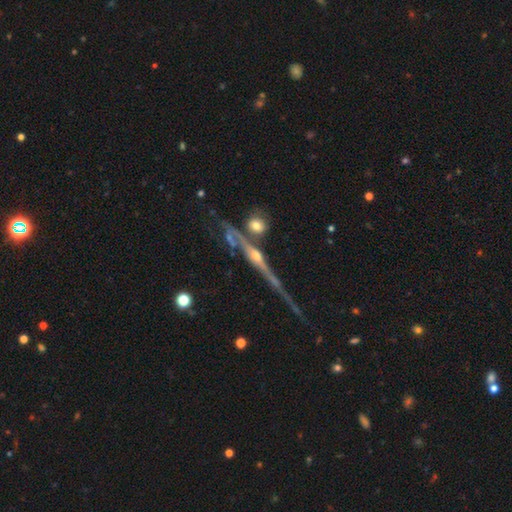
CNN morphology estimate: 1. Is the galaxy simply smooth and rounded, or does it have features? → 82% featured or disk, 9% star or artifact, 9% smooth.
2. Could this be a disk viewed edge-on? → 94% yes, 6% no.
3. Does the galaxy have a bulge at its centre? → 82% rounded, 12% none, 6% boxy.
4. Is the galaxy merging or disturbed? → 65% none, 16% minor disturbance, 13% merger, 6% major disturbance.